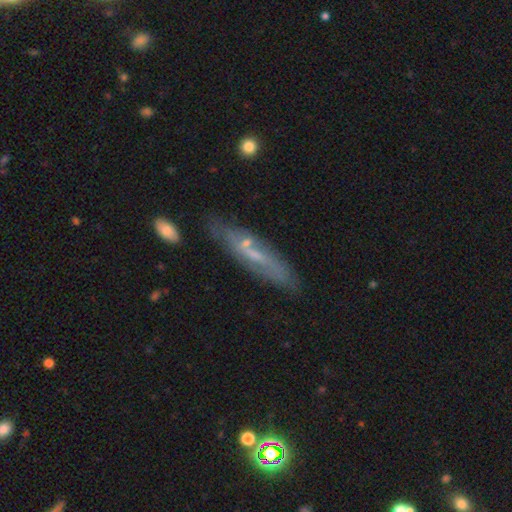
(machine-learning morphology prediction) Smooth or featured? Predicted: featured or disk (p=0.57). Edge-on disk? Predicted: yes (p=0.54). Merging? Predicted: none (p=0.73).